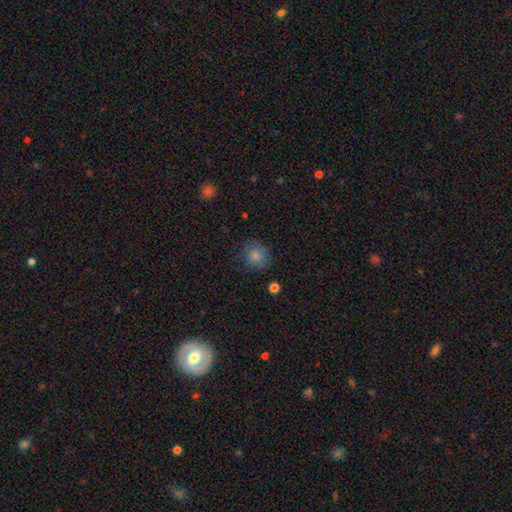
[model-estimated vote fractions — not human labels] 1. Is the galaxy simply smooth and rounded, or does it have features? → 84% smooth, 10% star or artifact, 6% featured or disk.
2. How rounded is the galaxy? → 86% round, 13% in between, 1% cigar-shaped.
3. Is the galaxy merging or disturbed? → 81% none, 13% minor disturbance, 4% major disturbance, 2% merger.